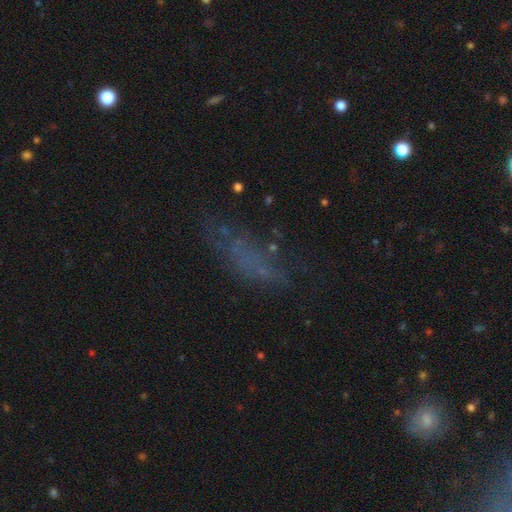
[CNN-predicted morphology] Overall: smooth (43%; featured or disk 29%). Merging: none (52%; major disturbance 22%).